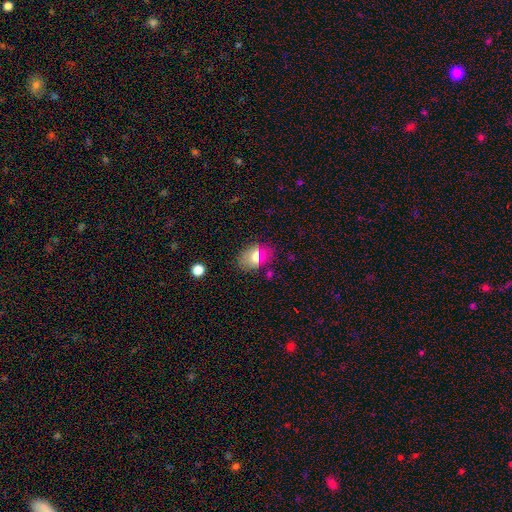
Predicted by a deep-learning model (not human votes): A smooth galaxy with no disk features (68%) that is in between round and cigar-shaped (81%).

Vote fractions:
- Smooth or featured? smooth: 68% / featured or disk: 18% / star or artifact: 13%
- How rounded? in between: 81% / round: 17% / cigar-shaped: 2%
- Merging? none: 80% / minor disturbance: 13% / major disturbance: 4% / merger: 3%